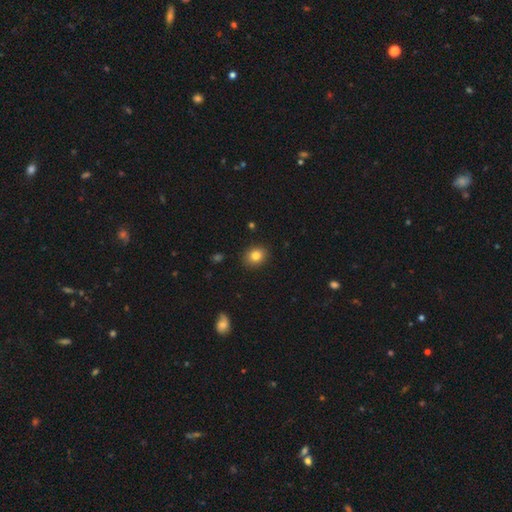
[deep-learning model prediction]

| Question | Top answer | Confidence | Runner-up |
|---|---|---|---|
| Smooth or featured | smooth | 83% | star or artifact (10%) |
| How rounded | round | 54% | in between (45%) |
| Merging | none | 89% | minor disturbance (8%) |